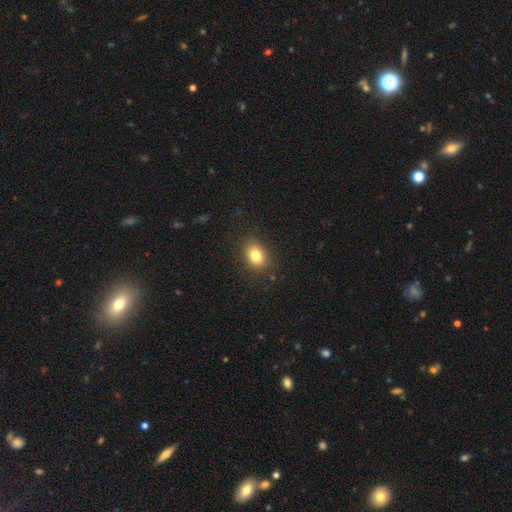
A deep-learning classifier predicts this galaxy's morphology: This is clearly a smooth galaxy (81%). How rounded: likely in between (62%). Merging: clearly none (86%).